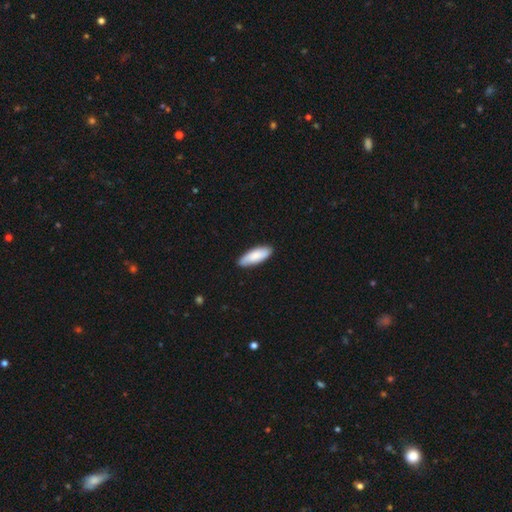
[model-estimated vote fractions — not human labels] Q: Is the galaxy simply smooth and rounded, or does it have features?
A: smooth — 81%.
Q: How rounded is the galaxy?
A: in between — 61%.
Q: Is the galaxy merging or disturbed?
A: none — 88%.